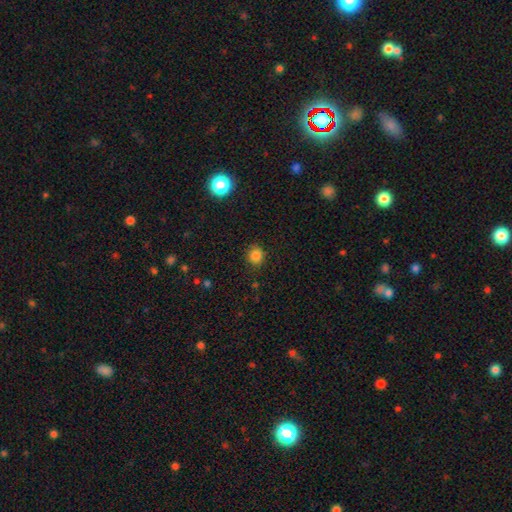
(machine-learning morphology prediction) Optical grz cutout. It shows a smooth galaxy with no disk features (83%) that is round (83%). Merging: none (87%).